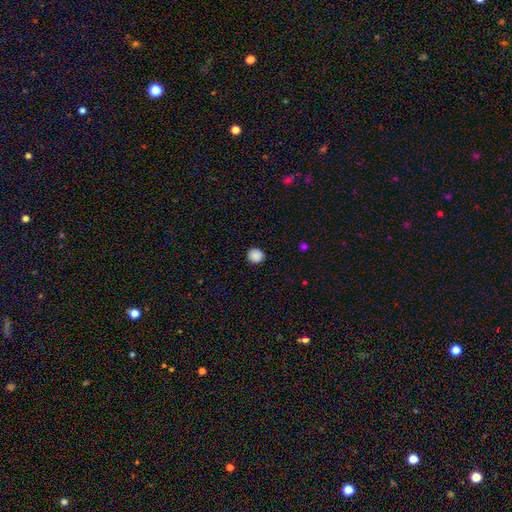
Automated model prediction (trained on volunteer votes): A smooth galaxy with no disk features (88%) that is round (84%). Merging: none (89%).